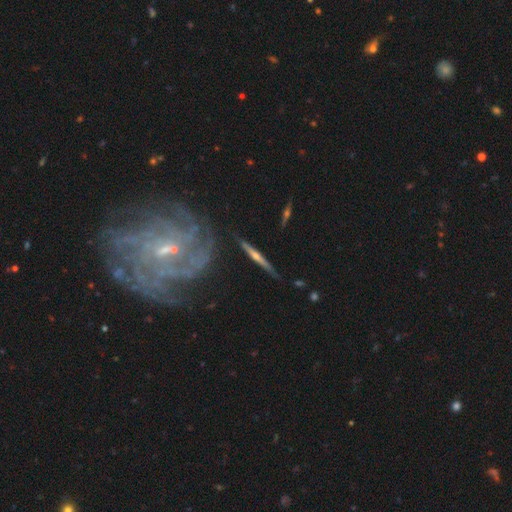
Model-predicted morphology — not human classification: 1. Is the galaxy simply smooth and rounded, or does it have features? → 76% featured or disk, 18% smooth, 6% star or artifact.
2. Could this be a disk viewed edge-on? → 92% yes, 8% no.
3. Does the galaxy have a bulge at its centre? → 71% rounded, 22% none, 7% boxy.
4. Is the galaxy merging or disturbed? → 82% none, 12% minor disturbance, 3% major disturbance, 3% merger.